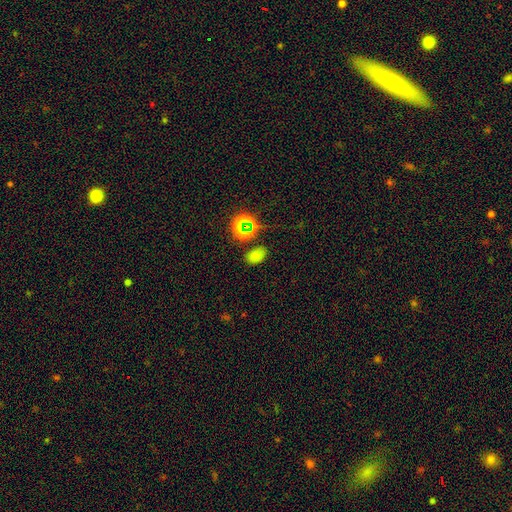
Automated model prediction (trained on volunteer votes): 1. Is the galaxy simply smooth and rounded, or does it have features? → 69% smooth, 25% star or artifact, 7% featured or disk.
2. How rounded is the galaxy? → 84% in between, 14% round, 1% cigar-shaped.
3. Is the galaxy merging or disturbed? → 80% none, 12% minor disturbance, 4% merger, 4% major disturbance.